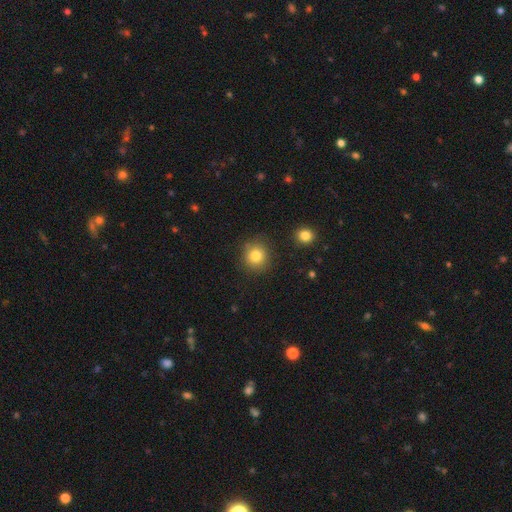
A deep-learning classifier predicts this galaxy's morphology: Smooth or featured? Predicted: smooth (p=0.82). How rounded? Predicted: round (p=0.90). Merging? Predicted: none (p=0.87).